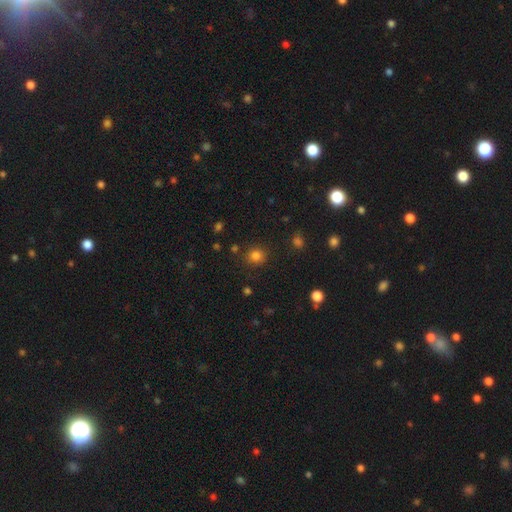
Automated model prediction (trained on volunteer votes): This is clearly a smooth galaxy (80%). How rounded: clearly round (85%). Merging: clearly none (86%).